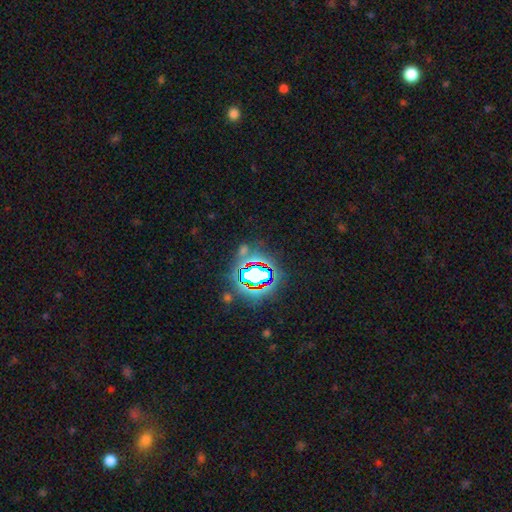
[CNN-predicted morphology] Smooth or featured: star or artifact — 81% (smooth — 11%)